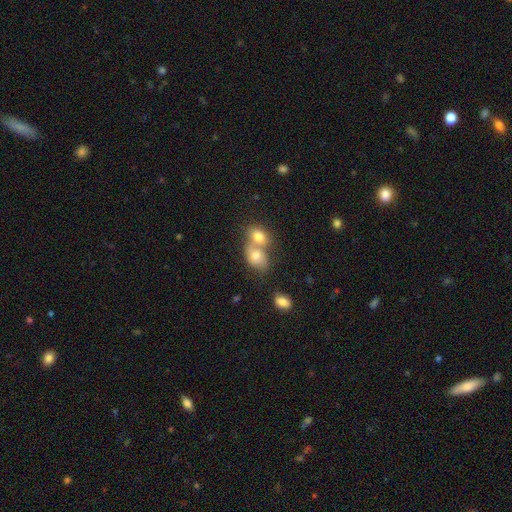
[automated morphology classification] smooth-or-featured: smooth: 71% | featured or disk: 19% | star or artifact: 10%
  how-rounded: in between: 63% | round: 35% | cigar-shaped: 1%
  merging: merger: 71% | none: 19% | minor disturbance: 7% | major disturbance: 4%